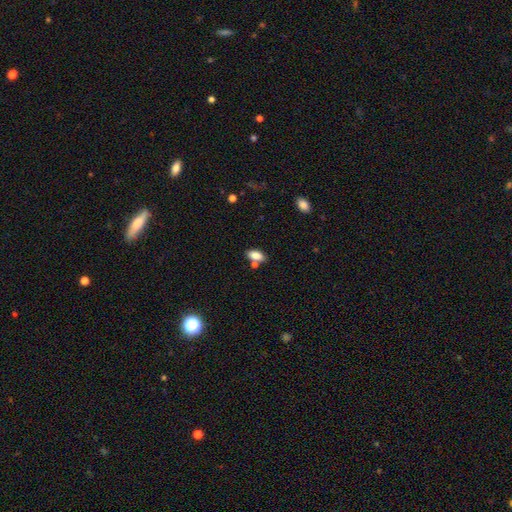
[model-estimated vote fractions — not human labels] Morphology: type=smooth (83%); roundness=in between (90%); merging=none (68%).